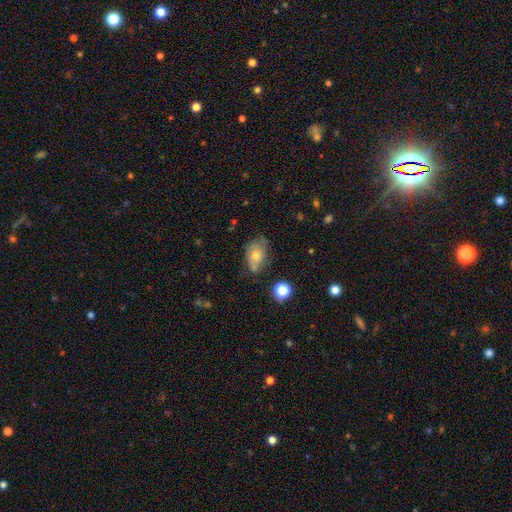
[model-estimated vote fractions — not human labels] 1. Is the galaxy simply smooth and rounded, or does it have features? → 61% smooth, 27% featured or disk, 12% star or artifact.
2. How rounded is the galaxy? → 78% in between, 20% round, 2% cigar-shaped.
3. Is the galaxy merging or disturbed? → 55% none, 30% minor disturbance, 9% major disturbance, 5% merger.